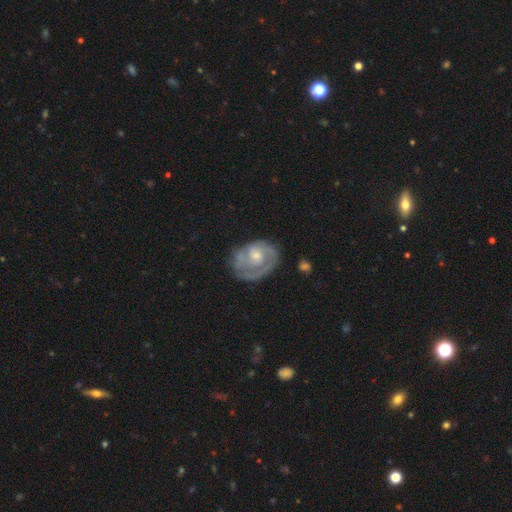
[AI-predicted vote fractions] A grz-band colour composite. It shows a featured or disk galaxy (71%) with no bar (72%), 1 (34%) tight (56%) spiral arms (77%) and a moderate central bulge (52%). Merging: none (58%).